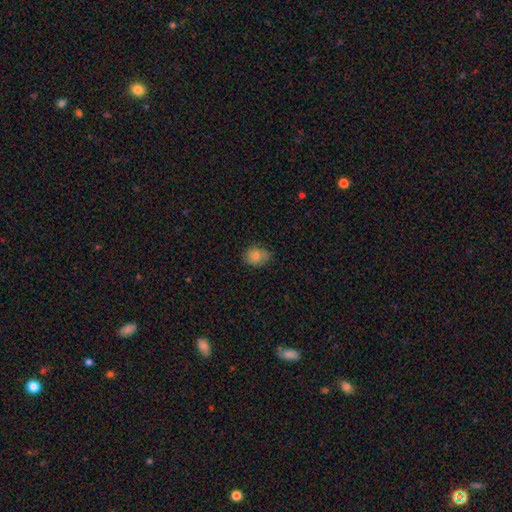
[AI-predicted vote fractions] This is likely a smooth galaxy (76%). How rounded: possibly round (59%). Merging: likely none (74%).